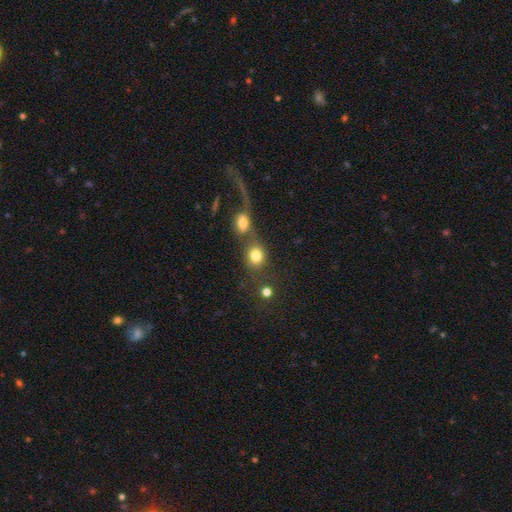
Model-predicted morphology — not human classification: A smooth galaxy with no disk features (80%) that is round (67%).

Vote fractions:
- Smooth or featured? smooth: 80% / star or artifact: 11% / featured or disk: 9%
- How rounded? round: 67% / in between: 31% / cigar-shaped: 2%
- Merging? merger: 43% / none: 40% / minor disturbance: 9% / major disturbance: 8%